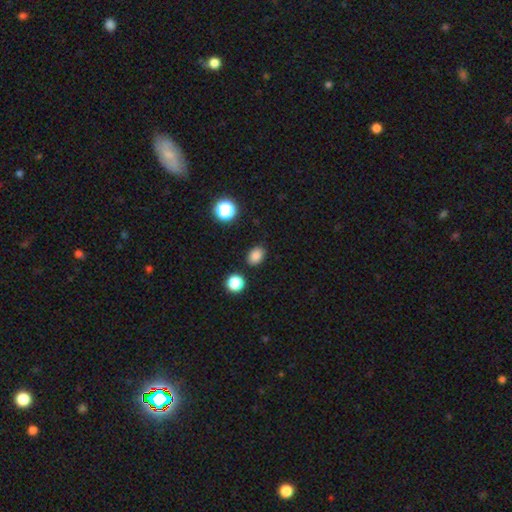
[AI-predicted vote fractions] The model was most divided on "how rounded": in between: 74%, round: 25%, cigar-shaped: 1%. More confident: merging — none (85%); smooth or featured — smooth (83%).